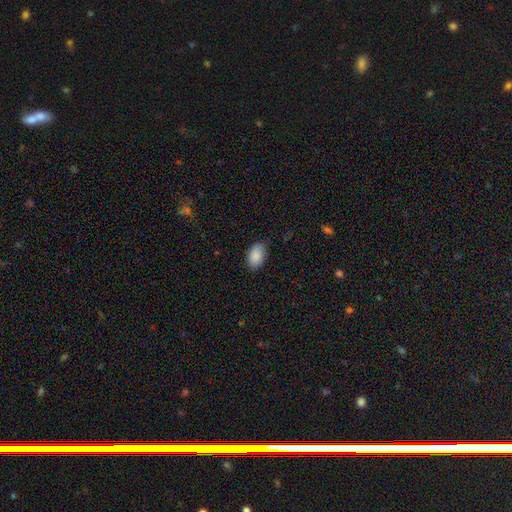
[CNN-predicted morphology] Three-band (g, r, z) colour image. It shows a smooth galaxy with no disk features (89%) that is in between round and cigar-shaped (93%). Merging: none (82%).